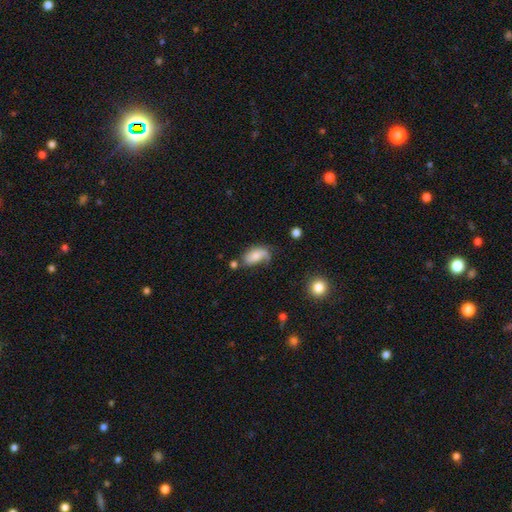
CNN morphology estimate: The model was most divided on "merging": none: 38%, minor disturbance: 33%, major disturbance: 21%, merger: 8%. More confident: how rounded — in between (90%); smooth or featured — smooth (60%).